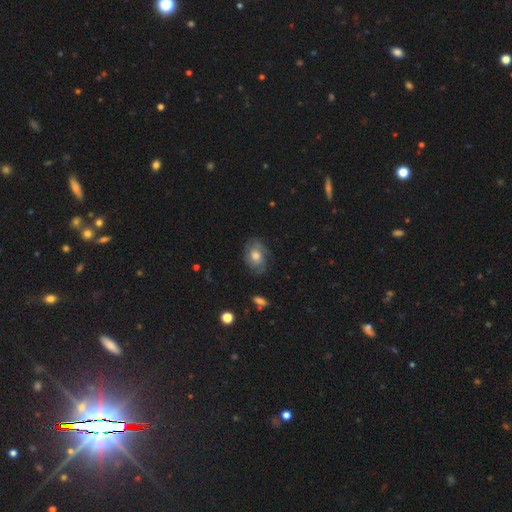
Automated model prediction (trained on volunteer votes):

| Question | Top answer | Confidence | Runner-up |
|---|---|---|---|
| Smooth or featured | featured or disk | 63% | smooth (29%) |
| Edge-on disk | no | 96% | yes (4%) |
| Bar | no | 76% | weak (21%) |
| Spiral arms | yes | 87% | no (13%) |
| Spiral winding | tight | 51% | medium (36%) |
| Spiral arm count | can't tell | 37% | 2 (26%) |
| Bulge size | moderate | 60% | large (26%) |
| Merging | none | 74% | minor disturbance (18%) |